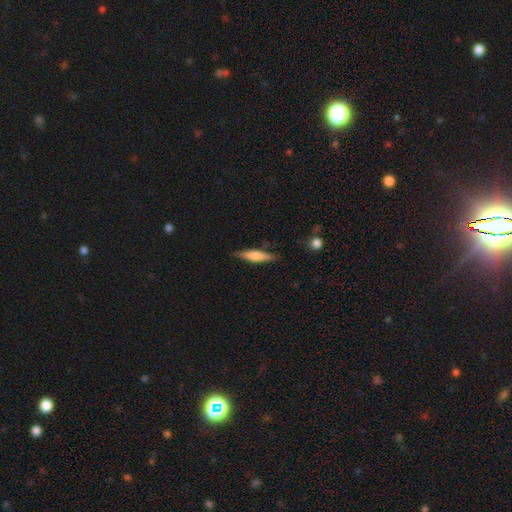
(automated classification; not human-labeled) Smooth or featured? Predicted: smooth (p=0.69). How rounded? Predicted: cigar-shaped (p=0.77). Merging? Predicted: none (p=0.82).